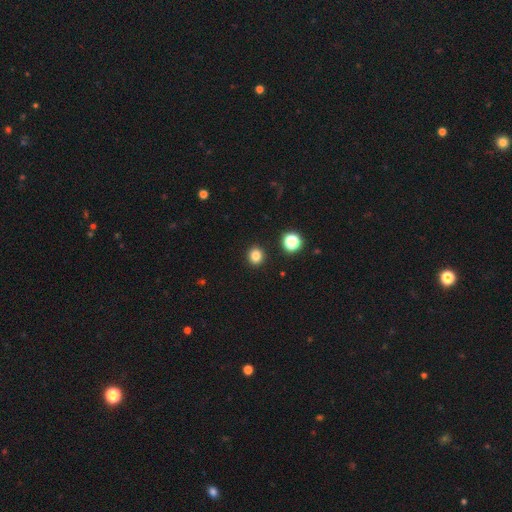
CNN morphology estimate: smooth 82%, star or artifact 13%, featured or disk 5%. Down the decision tree: how rounded — round (79%); merging — none (91%).